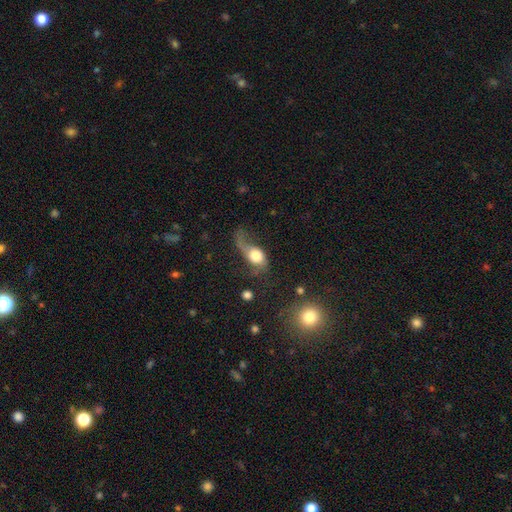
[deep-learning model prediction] Smooth or featured?
  - smooth: 55% *
  - featured or disk: 36%
  - star or artifact: 9%
How rounded?
  - in between: 64% *
  - round: 32%
  - cigar-shaped: 5%
Merging?
  - major disturbance: 53% *
  - none: 21%
  - minor disturbance: 20%
  - merger: 6%